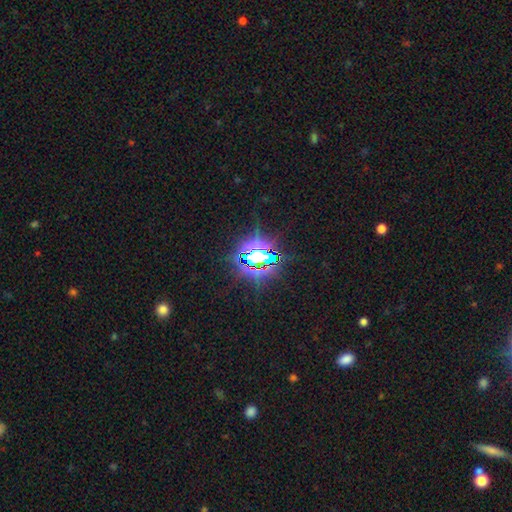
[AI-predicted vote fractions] A star or artifact, not a galaxy (76%).